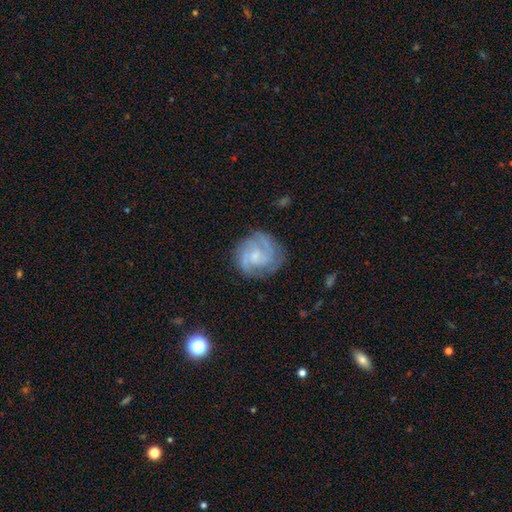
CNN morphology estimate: A featured or disk galaxy (77%) with no bar (62%), 2 (33%) tight (51%) spiral arms (93%) and a small central bulge (56%).

Vote fractions:
- Smooth or featured? featured or disk: 77% / smooth: 17% / star or artifact: 6%
- Edge-on disk? no: 98% / yes: 2%
- Bar? no: 62% / weak: 34% / strong: 5%
- Spiral arms? yes: 93% / no: 7%
- Spiral winding? tight: 51% / medium: 39% / loose: 10%
- Spiral arm count? 2: 33% / 3: 29% / can't tell: 23% / 4: 7% / 1: 5% / more than 4: 4%
- Bulge size? small: 56% / moderate: 31% / none: 10% / large: 2% / dominant: 1%
- Merging? none: 74% / minor disturbance: 17% / major disturbance: 7% / merger: 2%